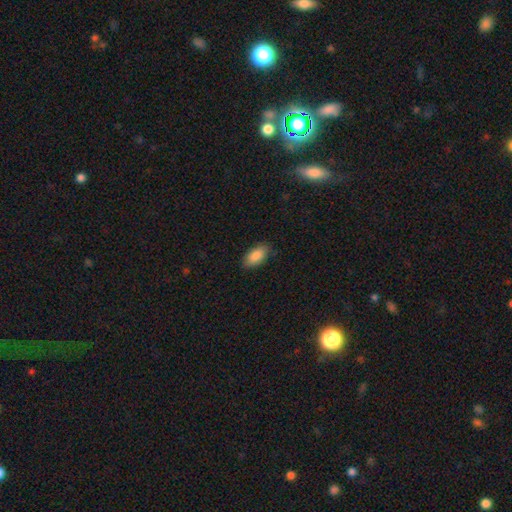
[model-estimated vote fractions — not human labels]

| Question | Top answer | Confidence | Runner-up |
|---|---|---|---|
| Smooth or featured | smooth | 87% | featured or disk (6%) |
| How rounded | in between | 93% | cigar-shaped (4%) |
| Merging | none | 85% | minor disturbance (12%) |